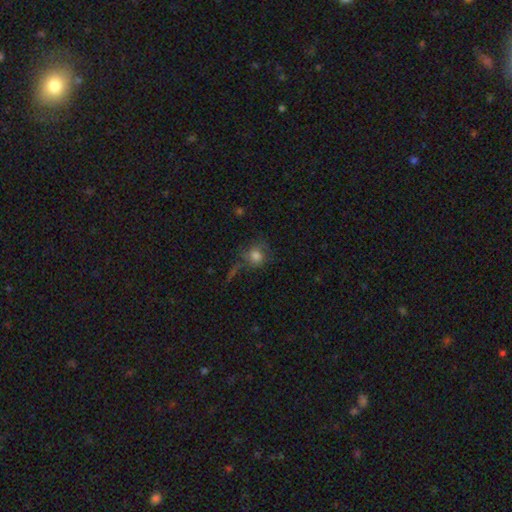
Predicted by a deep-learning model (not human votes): smooth 66%, featured or disk 21%, star or artifact 13%. Down the decision tree: how rounded — round (79%); merging — none (50%).